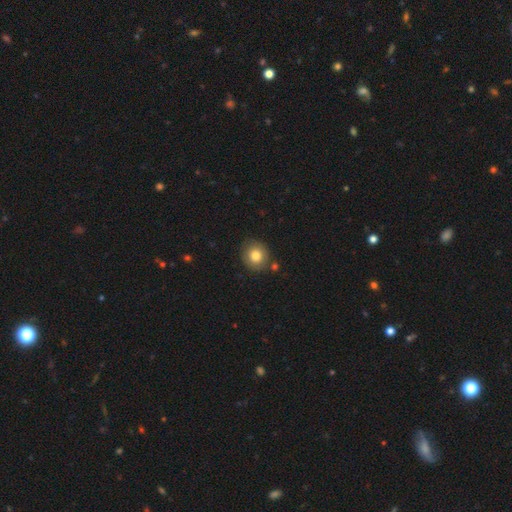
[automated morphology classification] This appears to be a smooth galaxy with no disk features (81%) that is round (85%). Merging: none (82%).